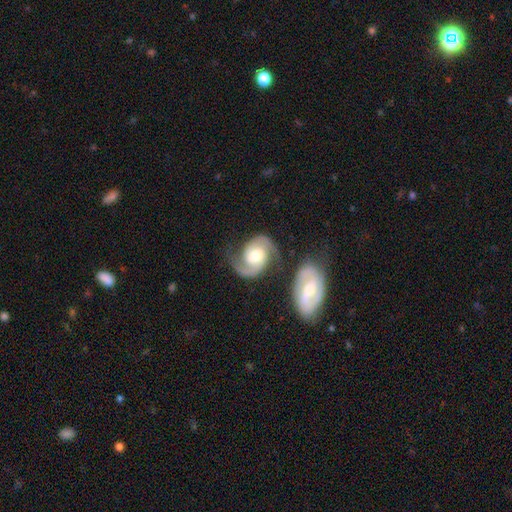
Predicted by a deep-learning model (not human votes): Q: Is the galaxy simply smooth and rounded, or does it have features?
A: featured or disk — 89%.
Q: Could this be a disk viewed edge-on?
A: no — 98%.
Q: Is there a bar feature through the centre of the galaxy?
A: no — 54%.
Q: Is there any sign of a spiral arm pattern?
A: yes — 98%.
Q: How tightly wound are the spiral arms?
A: medium — 56%.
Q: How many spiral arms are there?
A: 2 — 91%.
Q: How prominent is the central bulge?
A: moderate — 71%.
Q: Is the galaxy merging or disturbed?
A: none — 60%.